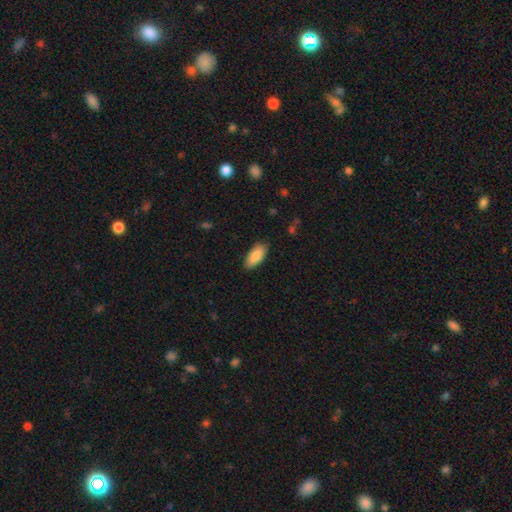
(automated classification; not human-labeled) Smooth or featured? Predicted: smooth (p=0.87). How rounded? Predicted: in between (p=0.86). Merging? Predicted: none (p=0.85).